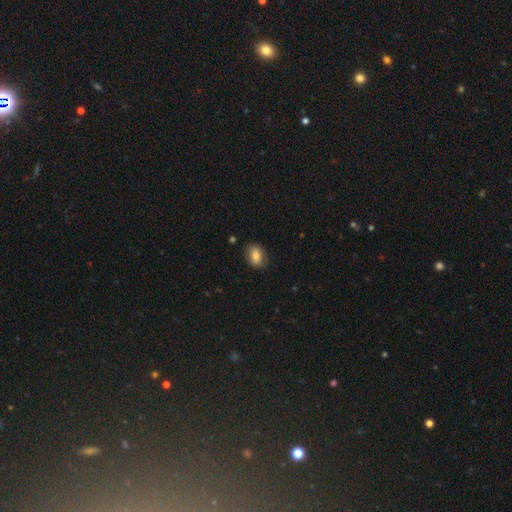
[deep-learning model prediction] Overall: smooth (79%). How rounded: in between (75%). Merging: none (83%).